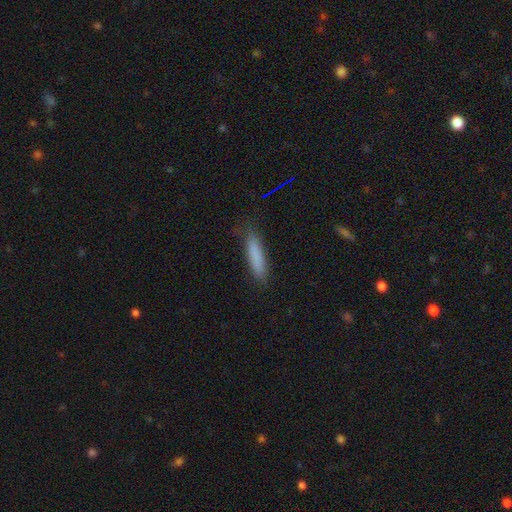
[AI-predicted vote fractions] This is clearly a smooth galaxy (83%). How rounded: clearly cigar-shaped (86%). Merging: clearly none (84%).